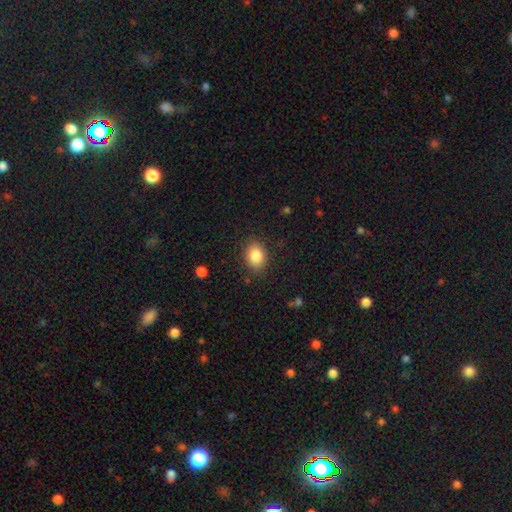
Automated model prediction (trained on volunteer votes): A smooth galaxy with no disk features (86%) that is in between round and cigar-shaped (67%).

Vote fractions:
- Smooth or featured? smooth: 86% / star or artifact: 8% / featured or disk: 6%
- How rounded? in between: 67% / round: 32% / cigar-shaped: 1%
- Merging? none: 85% / minor disturbance: 11% / major disturbance: 3% / merger: 1%